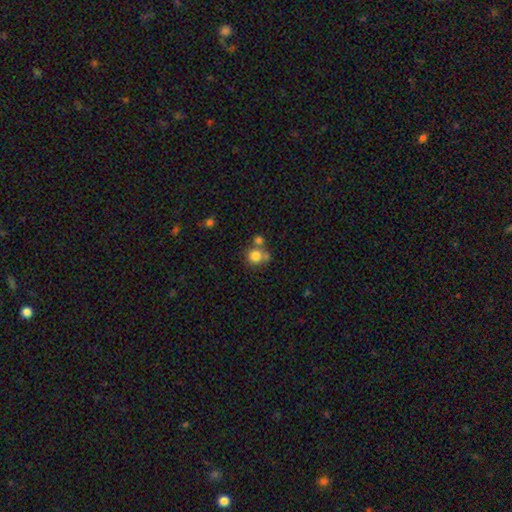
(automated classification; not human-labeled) smooth_or_featured: smooth (p=0.78) [alt: star or artifact p=0.11]
how_rounded: round (p=0.87) [alt: in between p=0.12]
merging: none (p=0.52) [alt: merger p=0.32]